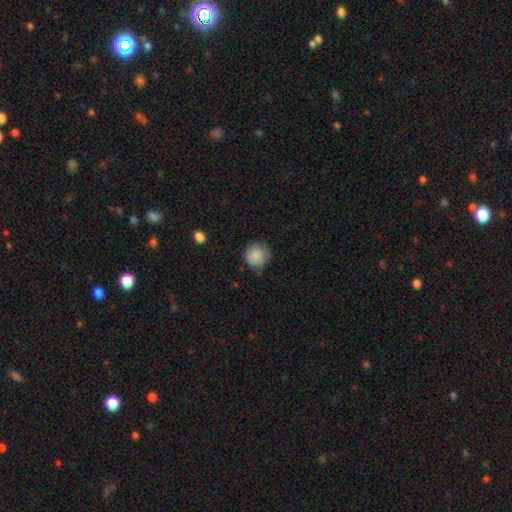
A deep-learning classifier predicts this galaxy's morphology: This appears to be a smooth galaxy with no disk features (86%) that is round (90%). Merging: none (75%).